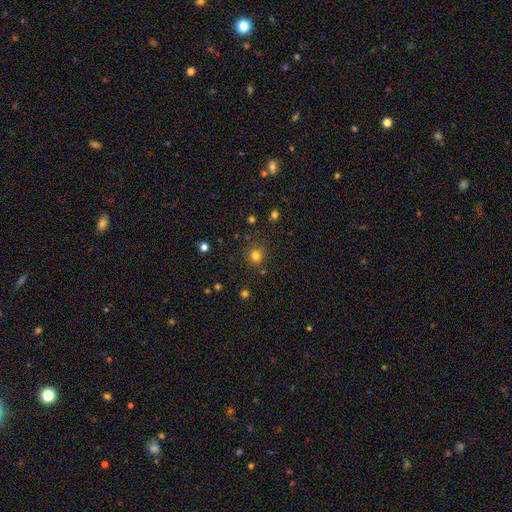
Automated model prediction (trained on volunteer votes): Smooth or featured? smooth (78%)
How rounded? round (92%)
Merging? none (86%)